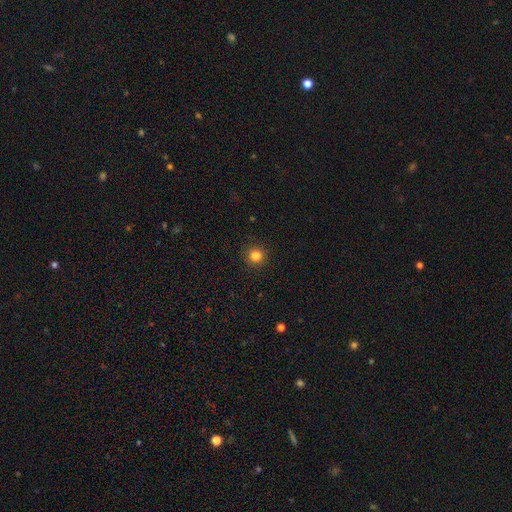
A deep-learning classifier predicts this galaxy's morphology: type=smooth (83%); roundness=round (95%); merging=none (92%).